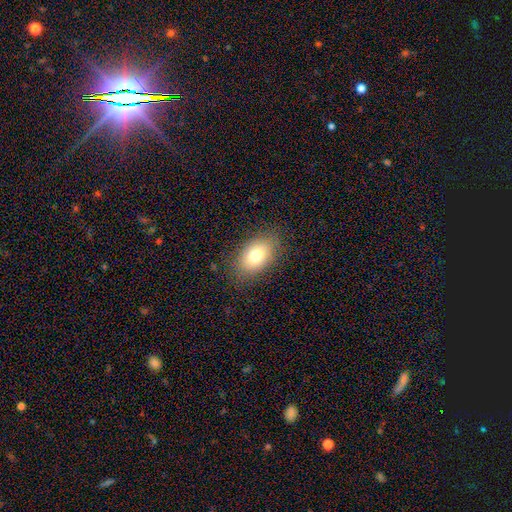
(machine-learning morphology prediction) Smooth or featured?
  - smooth: 76% *
  - featured or disk: 14%
  - star or artifact: 10%
How rounded?
  - in between: 86% *
  - round: 12%
  - cigar-shaped: 2%
Merging?
  - none: 83% *
  - minor disturbance: 12%
  - major disturbance: 4%
  - merger: 1%